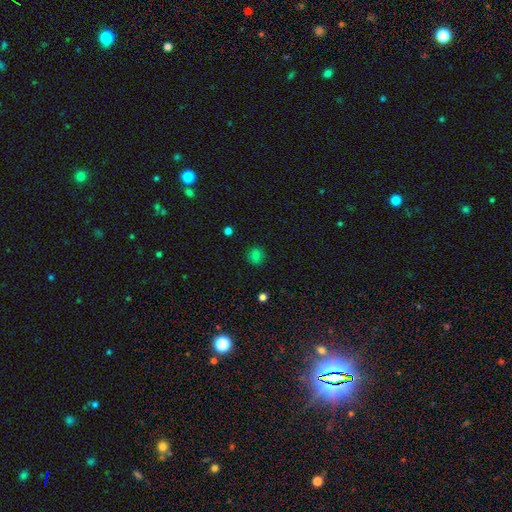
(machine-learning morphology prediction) Smooth or featured? smooth (80%)
How rounded? round (86%)
Merging? none (88%)